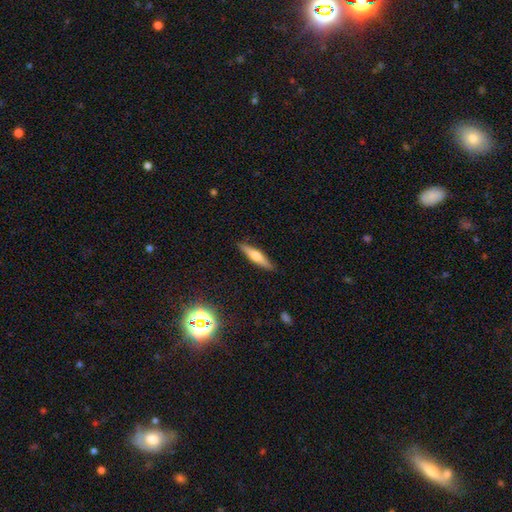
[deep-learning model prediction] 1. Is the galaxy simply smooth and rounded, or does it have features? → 47% featured or disk, 46% smooth, 7% star or artifact.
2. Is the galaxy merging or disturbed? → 89% none, 8% minor disturbance, 2% major disturbance, 1% merger.